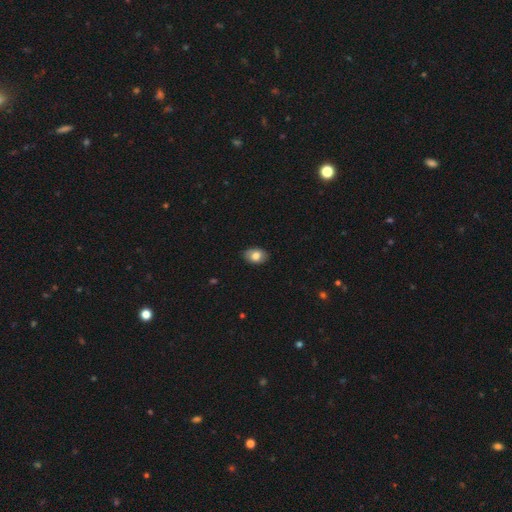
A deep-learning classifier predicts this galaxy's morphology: A smooth galaxy with no disk features (78%) that is in between round and cigar-shaped (82%).

Vote fractions:
- Smooth or featured? smooth: 78% / featured or disk: 14% / star or artifact: 8%
- How rounded? in between: 82% / round: 17% / cigar-shaped: 1%
- Merging? none: 87% / minor disturbance: 11% / major disturbance: 2% / merger: 1%